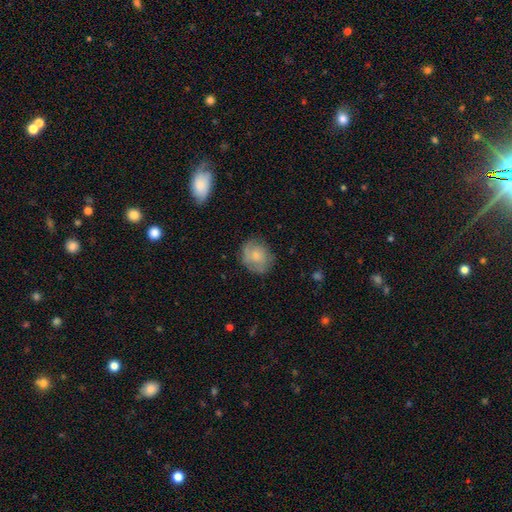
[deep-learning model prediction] smooth 61%, featured or disk 32%, star or artifact 8%. Down the decision tree: how rounded — round (74%); merging — none (71%).